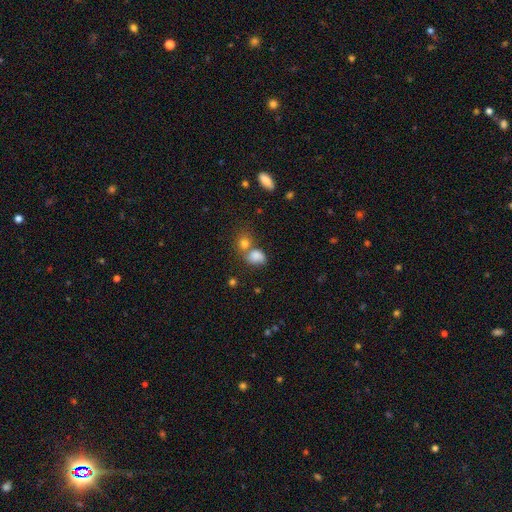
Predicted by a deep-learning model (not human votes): This appears to be a smooth galaxy with no disk features (79%) that is in between round and cigar-shaped (59%). Merging: merger (42%).